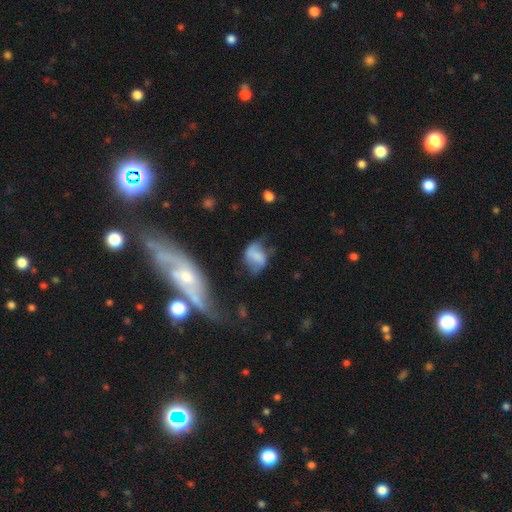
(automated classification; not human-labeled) Overall: smooth (53%; featured or disk 37%). How rounded: in between (65%; round 33%). Merging: none (44%; minor disturbance 32%).